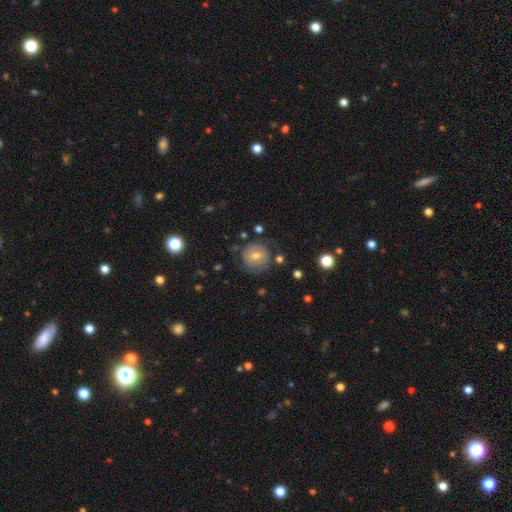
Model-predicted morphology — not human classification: smooth-or-featured: featured or disk: 45% | smooth: 44% | star or artifact: 11%
  merging: none: 74% | minor disturbance: 16% | major disturbance: 8% | merger: 2%